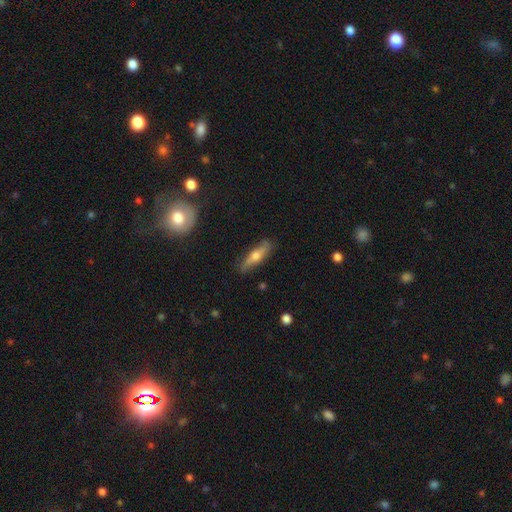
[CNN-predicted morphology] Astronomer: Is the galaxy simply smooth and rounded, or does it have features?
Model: featured or disk — 47% (runner-up: smooth, 46%).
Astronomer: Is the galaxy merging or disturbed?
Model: none — 84%.